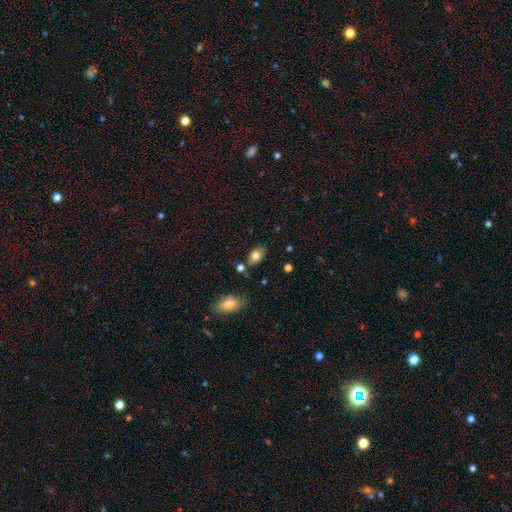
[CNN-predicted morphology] Smooth or featured?
  - smooth: 79% *
  - featured or disk: 12%
  - star or artifact: 9%
How rounded?
  - in between: 88% *
  - round: 10%
  - cigar-shaped: 2%
Merging?
  - none: 75% *
  - minor disturbance: 15%
  - merger: 6%
  - major disturbance: 3%